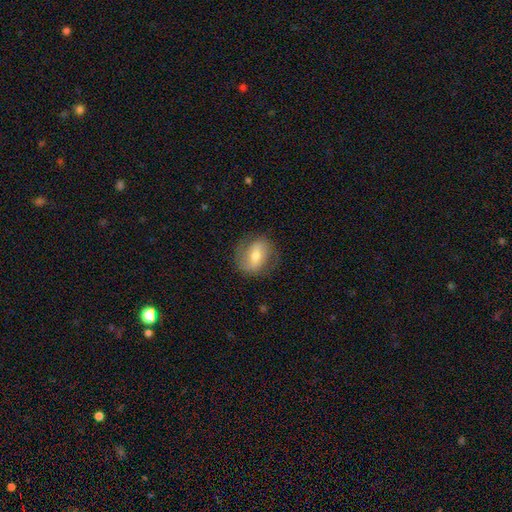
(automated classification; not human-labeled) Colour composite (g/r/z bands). It shows a featured or disk galaxy (55%) with a weak bar (40%), spiral arms (74%) and a moderate central bulge (61%). Merging: none (78%).